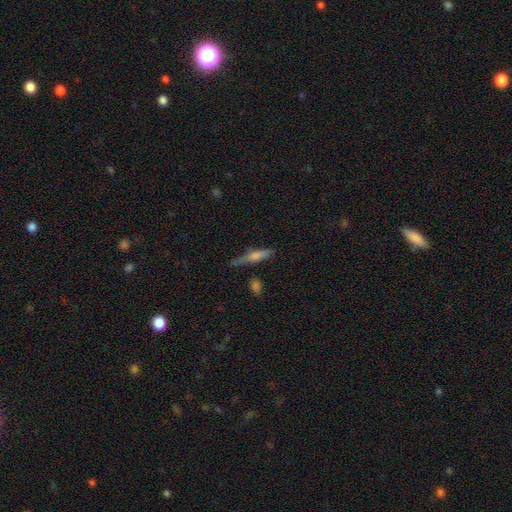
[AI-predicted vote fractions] This is possibly a featured or disk galaxy (57%). It is clearly viewed edge-on (95%). Edge-on bulge: likely rounded (69%). Merging: likely none (77%).